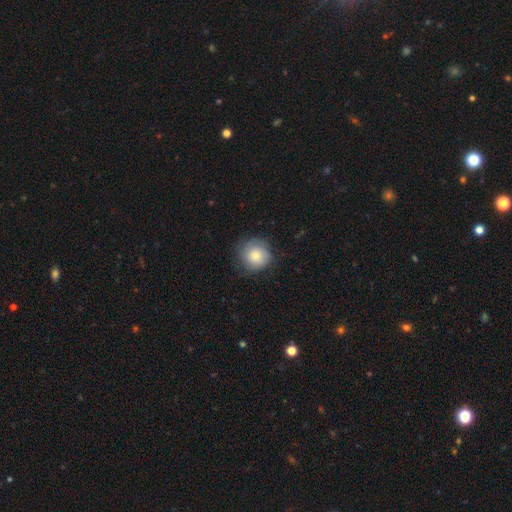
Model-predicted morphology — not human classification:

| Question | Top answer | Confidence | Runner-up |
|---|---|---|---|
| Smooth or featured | smooth | 75% | featured or disk (17%) |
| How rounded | round | 92% | in between (7%) |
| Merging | none | 78% | minor disturbance (16%) |